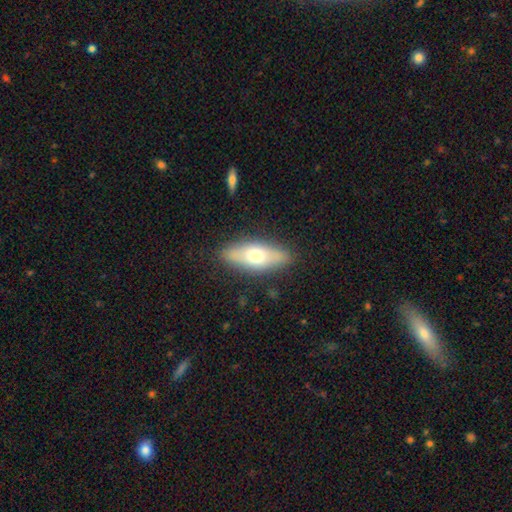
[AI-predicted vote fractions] Smooth or featured?
  - smooth: 59% *
  - featured or disk: 34%
  - star or artifact: 6%
How rounded?
  - in between: 64% *
  - cigar-shaped: 33%
  - round: 3%
Merging?
  - none: 85% *
  - minor disturbance: 11%
  - major disturbance: 2%
  - merger: 2%